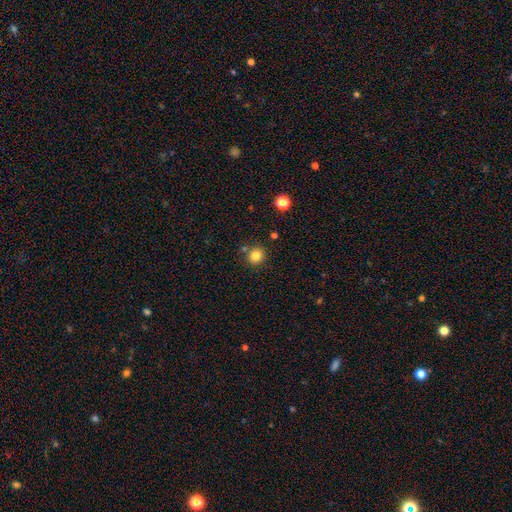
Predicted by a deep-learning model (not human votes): Smooth or featured? Predicted: smooth (p=0.82). How rounded? Predicted: round (p=0.91). Merging? Predicted: none (p=0.83).